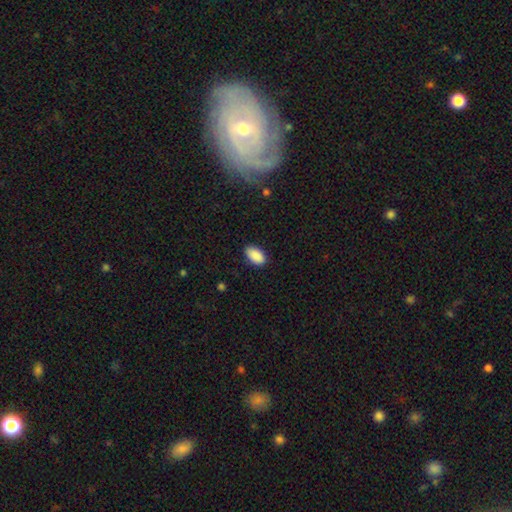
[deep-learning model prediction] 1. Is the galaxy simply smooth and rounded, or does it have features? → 90% smooth, 7% star or artifact, 3% featured or disk.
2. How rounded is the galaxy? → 94% in between, 4% round, 2% cigar-shaped.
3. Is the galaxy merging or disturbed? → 87% none, 10% minor disturbance, 2% major disturbance, 1% merger.